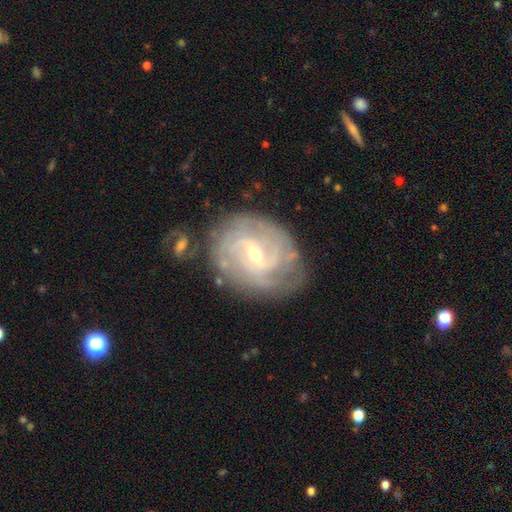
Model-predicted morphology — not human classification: Smooth or featured?
  - featured or disk: 86% *
  - smooth: 8%
  - star or artifact: 6%
Edge-on disk?
  - no: 97% *
  - yes: 3%
Bar?
  - weak: 57% *
  - strong: 23%
  - no: 20%
Spiral arms?
  - yes: 95% *
  - no: 5%
Spiral winding?
  - tight: 61% *
  - medium: 31%
  - loose: 8%
Spiral arm count?
  - 2: 33% *
  - can't tell: 30%
  - 3: 17%
  - 4: 10%
  - more than 4: 5%
  - 1: 5%
Bulge size?
  - small: 55% *
  - moderate: 42%
  - large: 1%
  - none: 1%
  - dominant: 1%
Merging?
  - none: 74% *
  - minor disturbance: 17%
  - major disturbance: 6%
  - merger: 3%